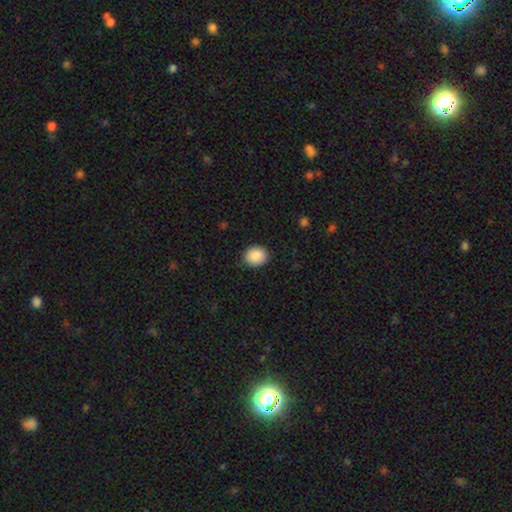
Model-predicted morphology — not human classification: The model was most divided on "how rounded": round: 67%, in between: 32%, cigar-shaped: 1%. More confident: smooth or featured — smooth (89%); merging — none (87%).